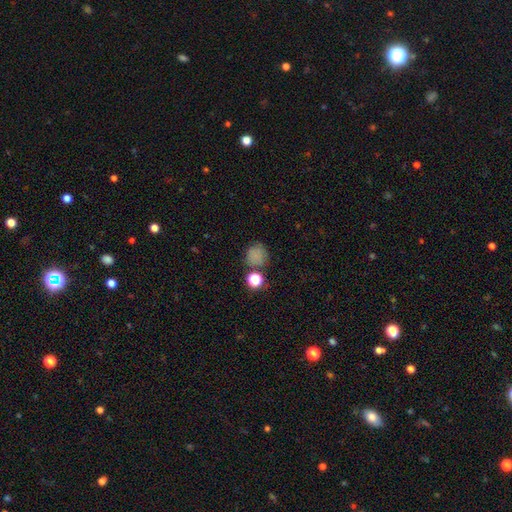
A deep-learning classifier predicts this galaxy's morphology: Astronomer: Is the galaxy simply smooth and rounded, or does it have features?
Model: smooth — 75%.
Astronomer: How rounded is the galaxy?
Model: round — 83%.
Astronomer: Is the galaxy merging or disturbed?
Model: none — 69%.